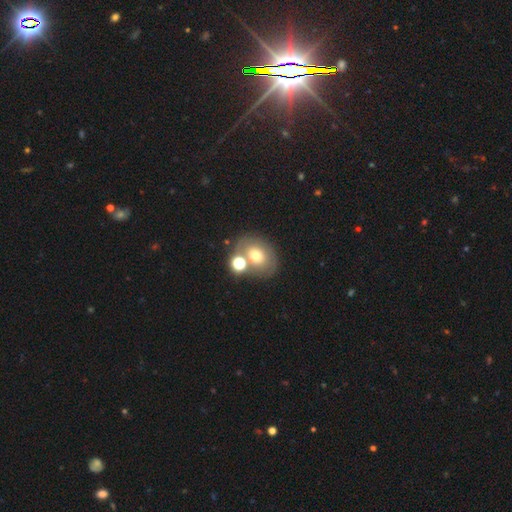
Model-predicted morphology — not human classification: Smooth or featured? smooth (60%)
How rounded? in between (52%)
Merging? none (53%)